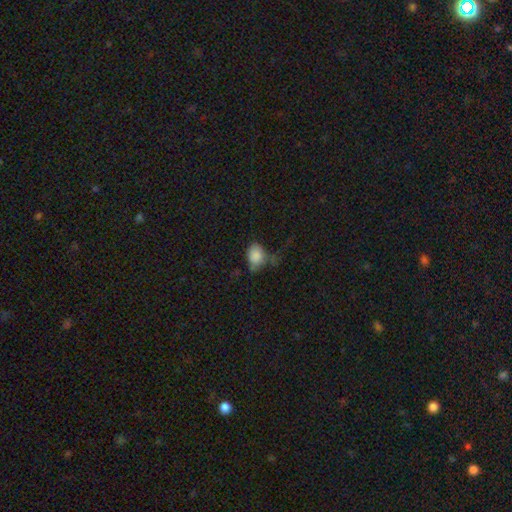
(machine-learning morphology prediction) Smooth or featured?
  - smooth: 85% *
  - star or artifact: 9%
  - featured or disk: 6%
How rounded?
  - in between: 65% *
  - round: 34%
  - cigar-shaped: 1%
Merging?
  - none: 45% *
  - minor disturbance: 31%
  - major disturbance: 15%
  - merger: 9%